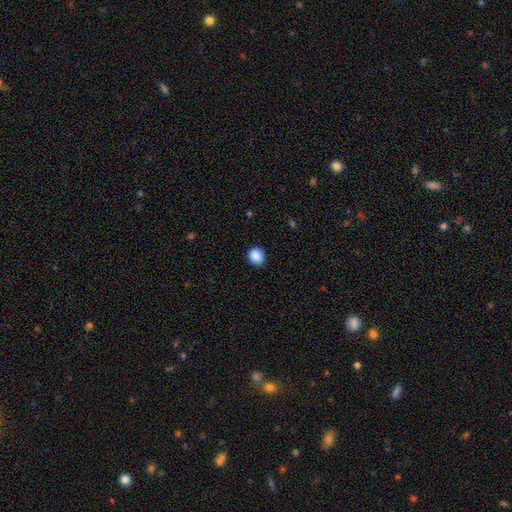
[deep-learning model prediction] smooth-or-featured: smooth: 89% | star or artifact: 9% | featured or disk: 3%
  how-rounded: round: 78% | in between: 21% | cigar-shaped: 1%
  merging: none: 87% | minor disturbance: 10% | major disturbance: 2% | merger: 1%